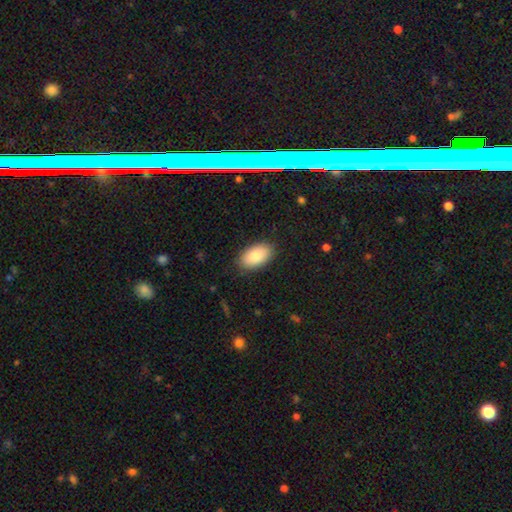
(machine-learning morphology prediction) smooth 85%, featured or disk 9%, star or artifact 6%. Down the decision tree: how rounded — in between (95%); merging — none (87%).